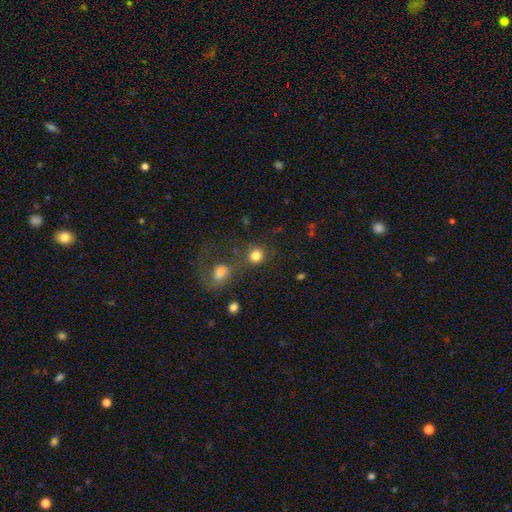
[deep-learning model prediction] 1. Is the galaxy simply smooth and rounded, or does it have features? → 82% smooth, 12% star or artifact, 7% featured or disk.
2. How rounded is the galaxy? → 87% round, 12% in between, 1% cigar-shaped.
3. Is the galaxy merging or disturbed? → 70% none, 16% merger, 9% minor disturbance, 6% major disturbance.